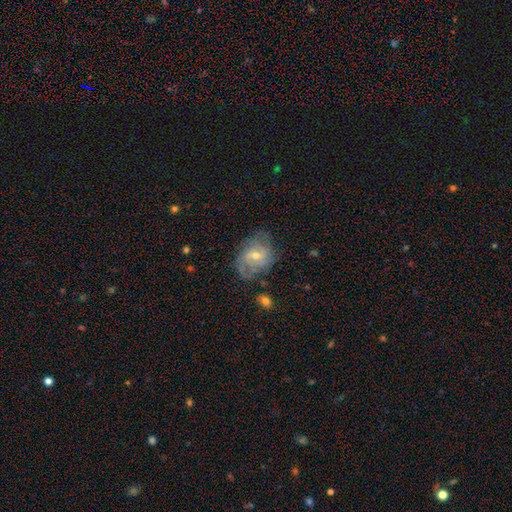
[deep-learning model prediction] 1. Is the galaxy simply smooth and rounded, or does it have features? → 71% featured or disk, 20% smooth, 9% star or artifact.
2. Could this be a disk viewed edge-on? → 96% no, 4% yes.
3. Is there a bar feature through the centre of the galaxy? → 55% no, 38% weak, 7% strong.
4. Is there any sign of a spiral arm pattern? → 84% yes, 16% no.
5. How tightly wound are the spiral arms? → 47% tight, 37% medium, 16% loose.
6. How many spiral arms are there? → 40% can't tell, 32% 2, 14% 3, 5% 4, 5% 1, 4% more than 4.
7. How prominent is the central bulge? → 48% moderate (tied), 48% small (tied), 2% large, 1% none, 1% dominant.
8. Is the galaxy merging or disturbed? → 65% none, 22% minor disturbance, 10% major disturbance, 2% merger.